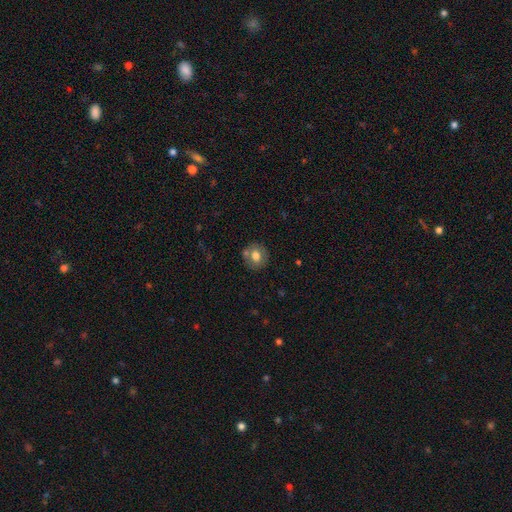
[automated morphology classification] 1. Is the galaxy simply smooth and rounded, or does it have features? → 71% smooth, 20% featured or disk, 9% star or artifact.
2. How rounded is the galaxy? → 76% round, 23% in between, 1% cigar-shaped.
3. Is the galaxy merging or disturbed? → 73% none, 12% minor disturbance, 11% merger, 3% major disturbance.